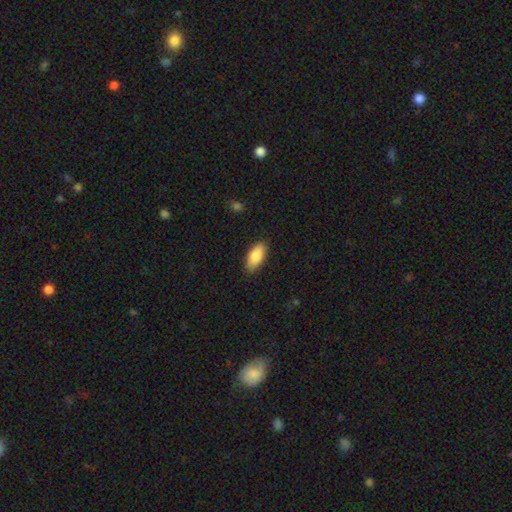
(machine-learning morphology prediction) smooth-or-featured: smooth: 88% | featured or disk: 6% | star or artifact: 6%
  how-rounded: in between: 87% | cigar-shaped: 12% | round: 2%
  merging: none: 87% | minor disturbance: 10% | major disturbance: 2% | merger: 1%